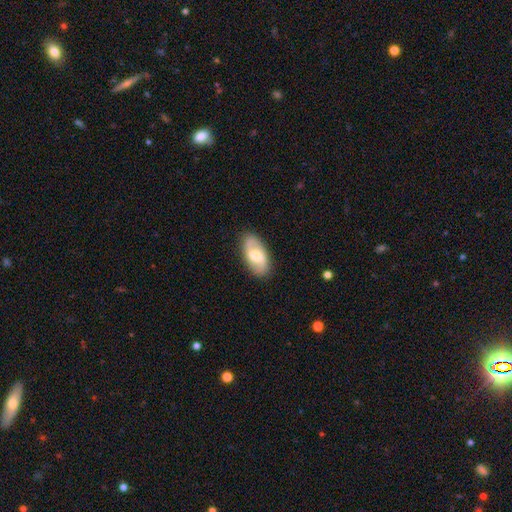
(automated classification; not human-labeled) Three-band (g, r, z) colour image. It shows a featured or disk galaxy (54%). Merging: none (86%).